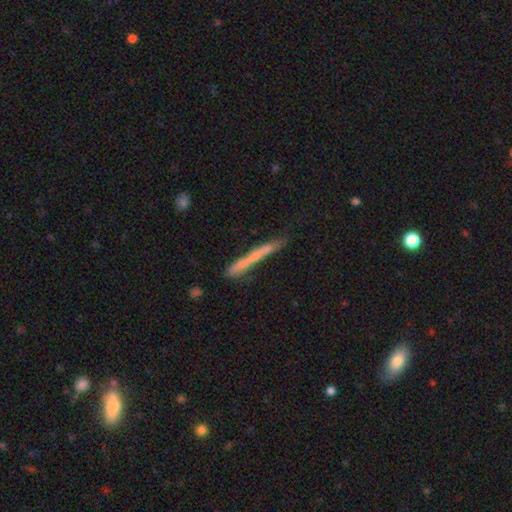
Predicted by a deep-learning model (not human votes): smooth 50%, featured or disk 42%, star or artifact 7%. Down the decision tree: how rounded — cigar-shaped (96%); merging — none (67%).